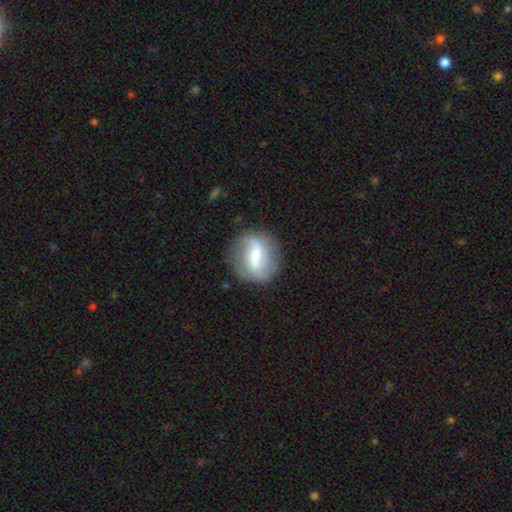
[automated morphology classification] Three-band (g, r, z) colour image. It shows a featured or disk galaxy (67%) with a strong bar (45%), spiral arms (76%) and a moderate central bulge (47%). Merging: none (80%).